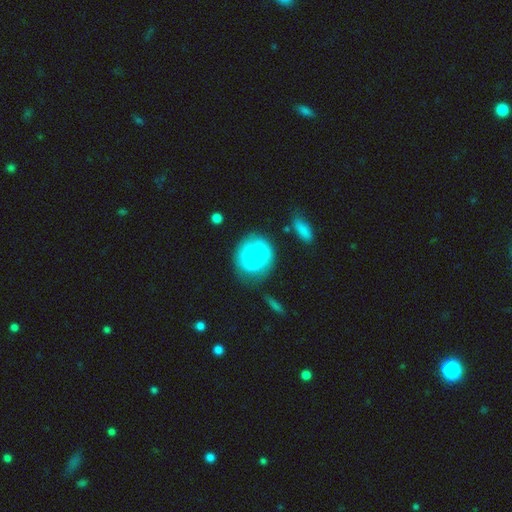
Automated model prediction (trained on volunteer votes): featured or disk 67%, smooth 27%, star or artifact 6%. Down the decision tree: edge-on disk — no (98%); bar — no (62%); spiral arms — yes (89%); spiral arm count — 2 (61%); spiral winding — tight (53%); bulge size — small (61%); merging — none (66%).